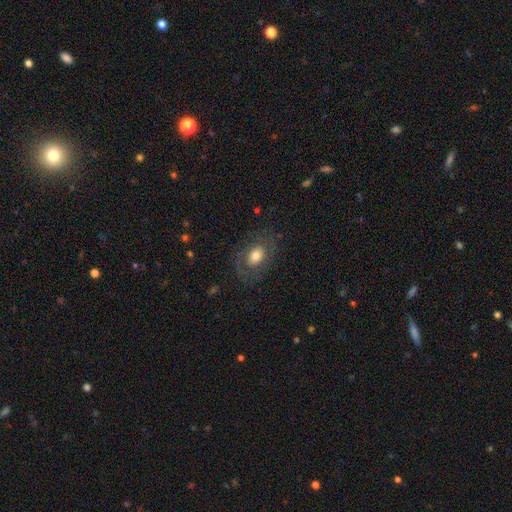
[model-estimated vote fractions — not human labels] Q: Smooth or featured?
A: smooth (55%); runner-up: featured or disk (36%)
Q: How rounded?
A: in between (72%); runner-up: round (27%)
Q: Merging?
A: none (75%); runner-up: minor disturbance (14%)